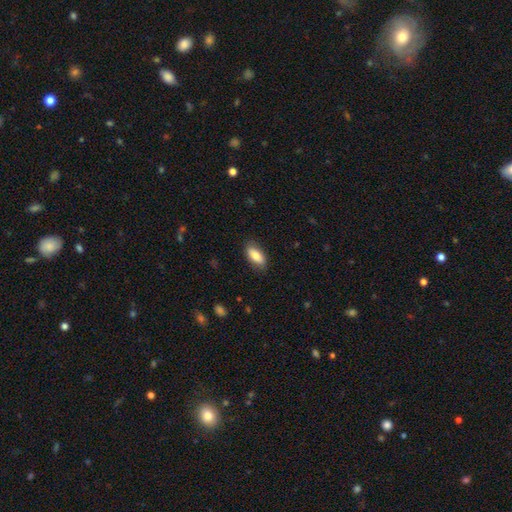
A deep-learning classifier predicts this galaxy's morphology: A smooth galaxy with no disk features (84%) that is in between round and cigar-shaped (87%). Merging: none (84%).